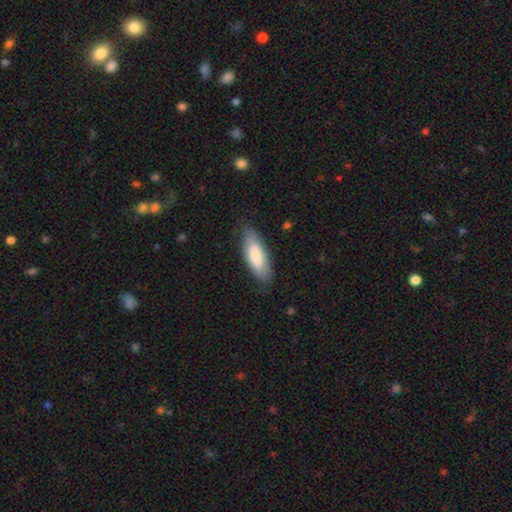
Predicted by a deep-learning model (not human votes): A smooth galaxy with no disk features (70%) that is in between round and cigar-shaped (71%).

Vote fractions:
- Smooth or featured? smooth: 70% / featured or disk: 24% / star or artifact: 5%
- How rounded? in between: 71% / cigar-shaped: 27% / round: 2%
- Merging? none: 77% / minor disturbance: 18% / major disturbance: 4% / merger: 1%